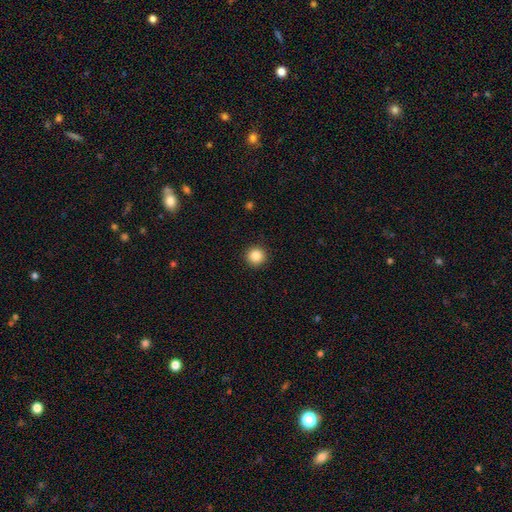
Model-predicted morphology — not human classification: smooth-or-featured: smooth: 86% | star or artifact: 10% | featured or disk: 4%
  how-rounded: round: 96% | in between: 3% | cigar-shaped: 1%
  merging: none: 93% | minor disturbance: 5% | major disturbance: 2% | merger: 1%